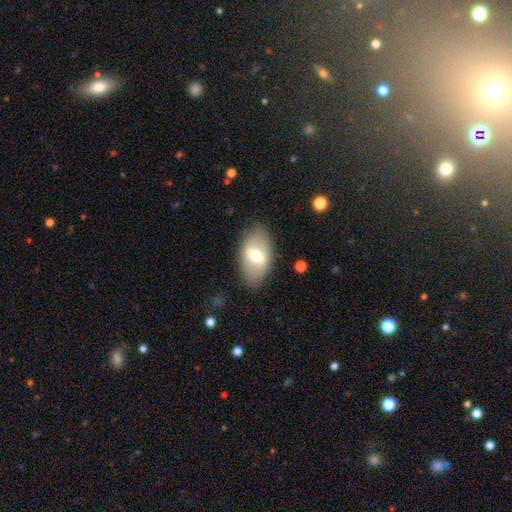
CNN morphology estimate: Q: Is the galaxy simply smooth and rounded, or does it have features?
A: smooth — 53%.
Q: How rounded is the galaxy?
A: in between — 91%.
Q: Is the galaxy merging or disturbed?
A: none — 82%.